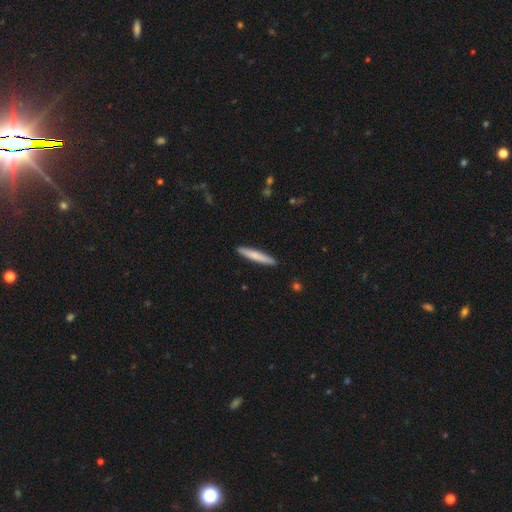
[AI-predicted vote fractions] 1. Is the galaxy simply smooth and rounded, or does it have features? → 73% smooth, 22% featured or disk, 5% star or artifact.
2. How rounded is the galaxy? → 93% cigar-shaped, 6% in between, 1% round.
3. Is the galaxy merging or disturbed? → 91% none, 6% minor disturbance, 1% major disturbance, 1% merger.